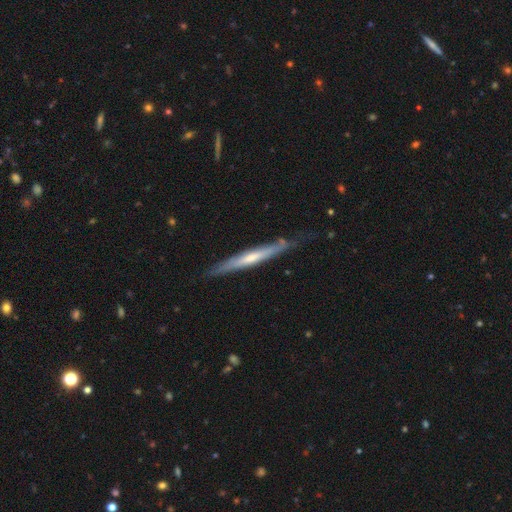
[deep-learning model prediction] Smooth or featured: featured or disk — 65% (smooth — 29%)
Edge-on disk: yes — 90% (no — 10%)
Edge-on bulge: none — 47% (tied with rounded — 47%)
Merging: none — 73% (minor disturbance — 21%)